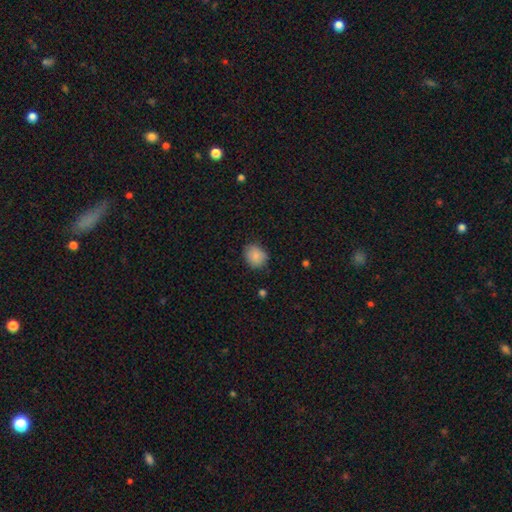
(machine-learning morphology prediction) smooth_or_featured: smooth (p=0.86) [alt: star or artifact p=0.08]
how_rounded: round (p=0.63) [alt: in between p=0.36]
merging: none (p=0.80) [alt: minor disturbance p=0.16]